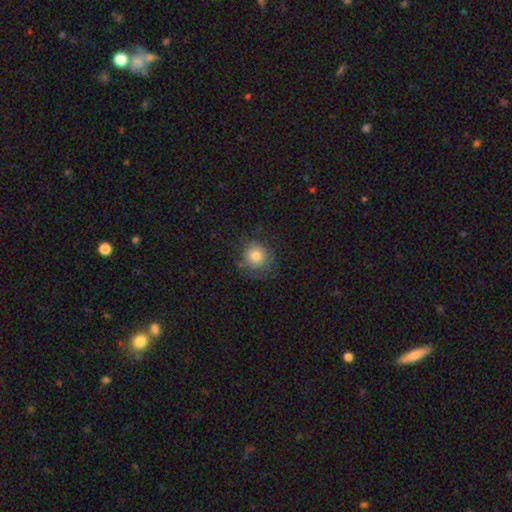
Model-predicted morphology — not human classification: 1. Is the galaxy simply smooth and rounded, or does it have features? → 76% smooth, 14% featured or disk, 10% star or artifact.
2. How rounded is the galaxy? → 90% round, 9% in between, 1% cigar-shaped.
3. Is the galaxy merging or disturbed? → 72% none, 18% minor disturbance, 8% major disturbance, 2% merger.